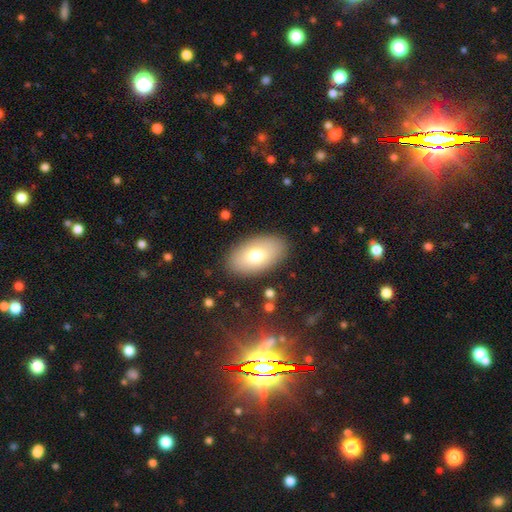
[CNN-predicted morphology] Smooth or featured?
  - smooth: 73% *
  - featured or disk: 20%
  - star or artifact: 7%
How rounded?
  - in between: 94% *
  - round: 5%
  - cigar-shaped: 2%
Merging?
  - none: 86% *
  - minor disturbance: 9%
  - major disturbance: 3%
  - merger: 1%